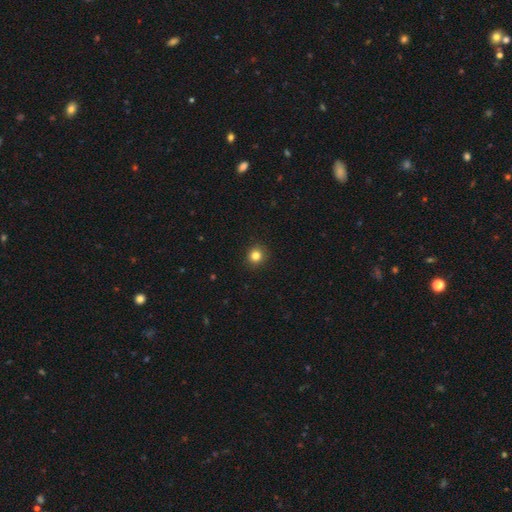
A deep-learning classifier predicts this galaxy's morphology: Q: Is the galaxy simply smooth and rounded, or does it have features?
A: smooth — 82%.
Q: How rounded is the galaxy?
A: round — 90%.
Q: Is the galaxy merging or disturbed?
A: none — 91%.